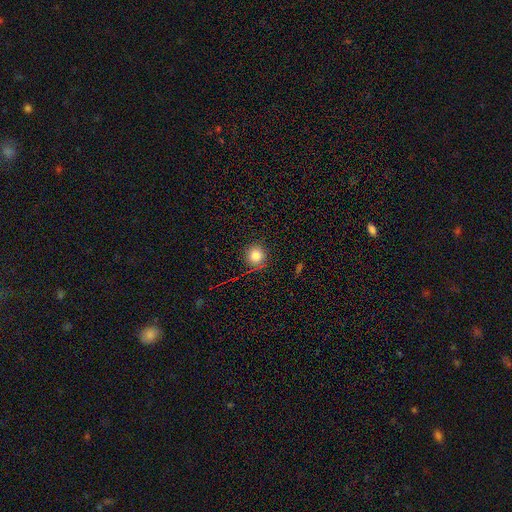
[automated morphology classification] The model was most divided on "smooth or featured": smooth: 80%, star or artifact: 13%, featured or disk: 7%. More confident: how rounded — round (93%); merging — none (88%).